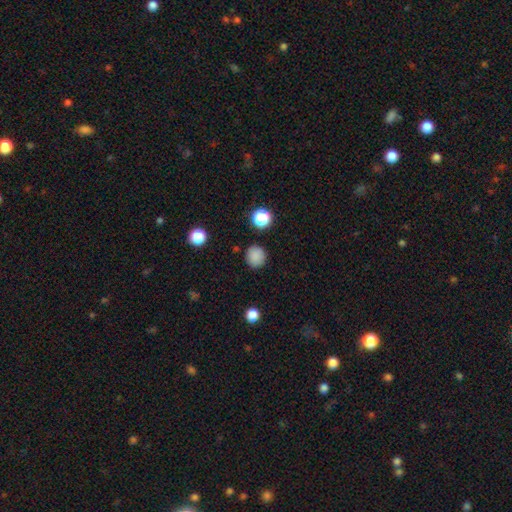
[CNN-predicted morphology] type=smooth (85%); roundness=round (89%); merging=none (88%).